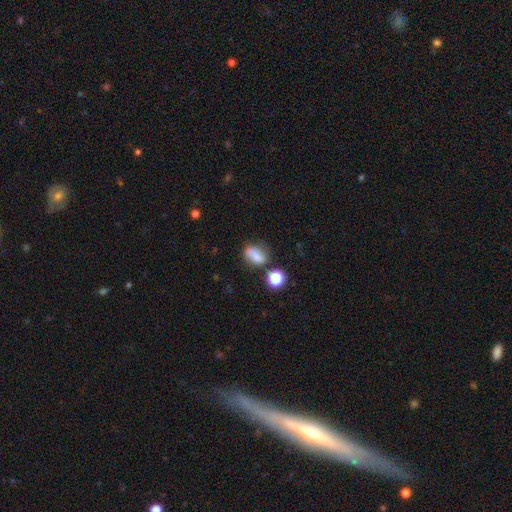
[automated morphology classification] Q: Smooth or featured?
A: smooth (63%); runner-up: featured or disk (23%)
Q: How rounded?
A: in between (69%); runner-up: round (26%)
Q: Merging?
A: none (57%); runner-up: minor disturbance (23%)